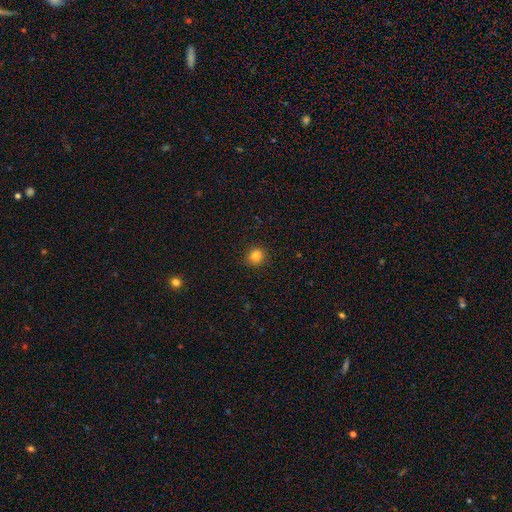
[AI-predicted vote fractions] The model was most divided on "smooth or featured": smooth: 82%, star or artifact: 13%, featured or disk: 5%. More confident: merging — none (89%); how rounded — round (86%).